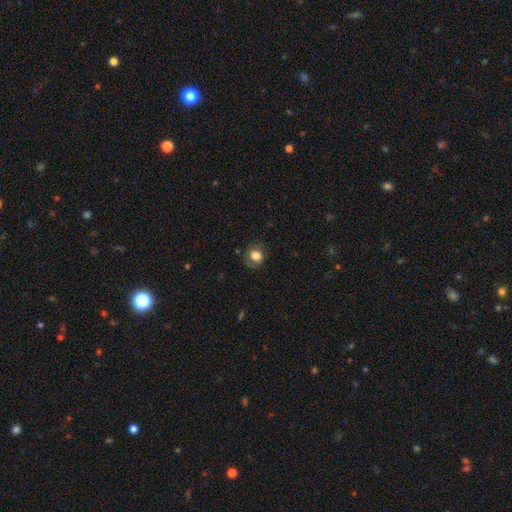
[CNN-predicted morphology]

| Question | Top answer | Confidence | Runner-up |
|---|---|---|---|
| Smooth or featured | smooth | 78% | featured or disk (12%) |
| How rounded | round | 76% | in between (23%) |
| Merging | none | 71% | minor disturbance (20%) |